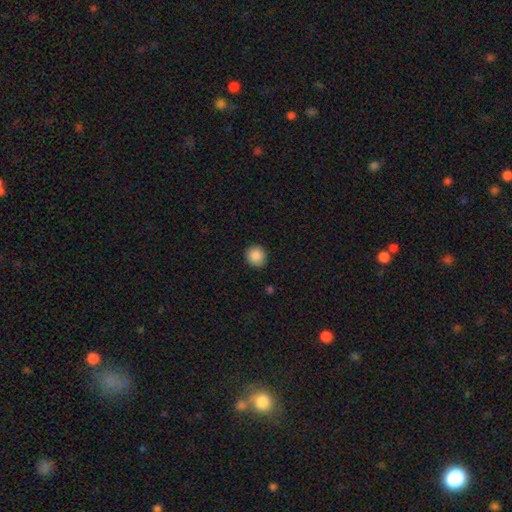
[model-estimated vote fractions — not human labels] smooth-or-featured: smooth: 89% | star or artifact: 9% | featured or disk: 3%
  how-rounded: round: 92% | in between: 7% | cigar-shaped: 1%
  merging: none: 91% | minor disturbance: 6% | major disturbance: 2% | merger: 1%